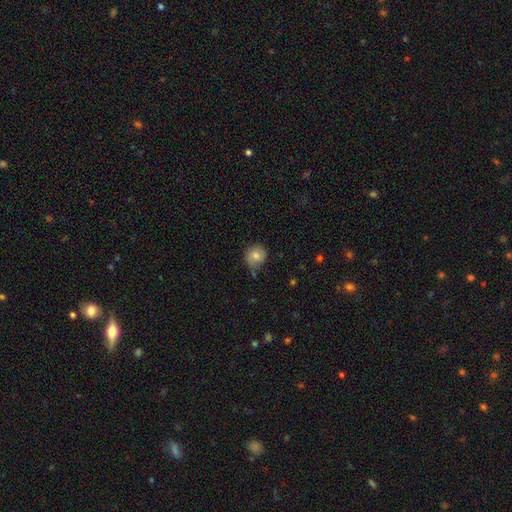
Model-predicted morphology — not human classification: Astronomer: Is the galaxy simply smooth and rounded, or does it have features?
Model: smooth — 76%.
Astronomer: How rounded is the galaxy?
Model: round — 85%.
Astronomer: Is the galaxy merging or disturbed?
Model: none — 66%.